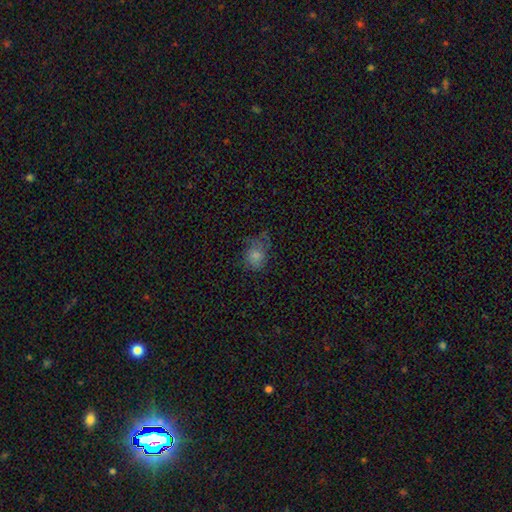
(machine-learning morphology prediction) A smooth galaxy with no disk features (67%) that is round (55%). Merging: none (50%).